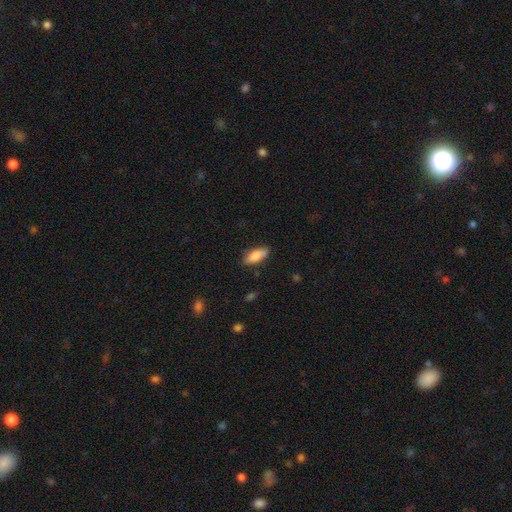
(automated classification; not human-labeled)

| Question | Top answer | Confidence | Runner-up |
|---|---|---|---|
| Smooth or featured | smooth | 83% | featured or disk (10%) |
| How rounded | in between | 77% | cigar-shaped (21%) |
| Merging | none | 79% | minor disturbance (16%) |